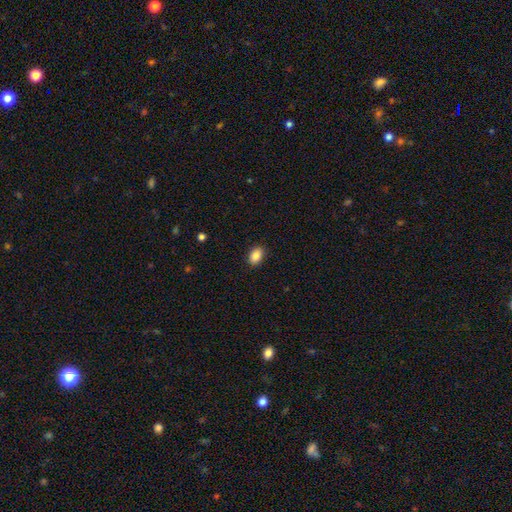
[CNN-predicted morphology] This is clearly a smooth galaxy (88%). How rounded: clearly in between (85%). Merging: clearly none (89%).